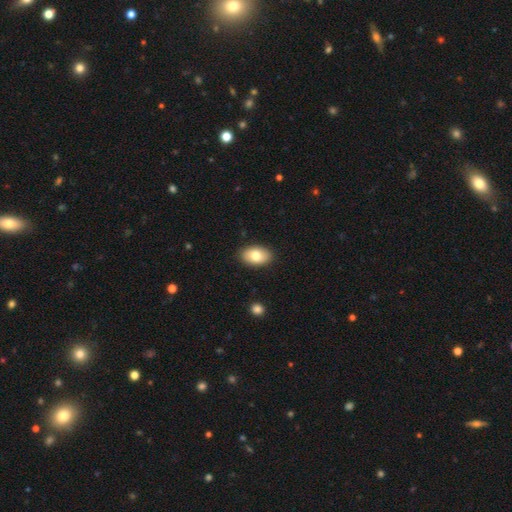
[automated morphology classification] The model was most divided on "smooth or featured": smooth: 80%, featured or disk: 13%, star or artifact: 7%. More confident: how rounded — in between (91%); merging — none (89%).